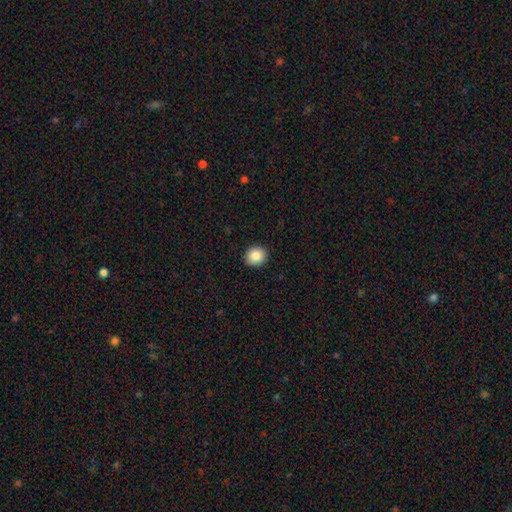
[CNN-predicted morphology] A smooth galaxy with no disk features (87%) that is round (80%).

Vote fractions:
- Smooth or featured? smooth: 87% / star or artifact: 9% / featured or disk: 5%
- How rounded? round: 80% / in between: 19% / cigar-shaped: 1%
- Merging? none: 91% / minor disturbance: 6% / major disturbance: 2% / merger: 1%